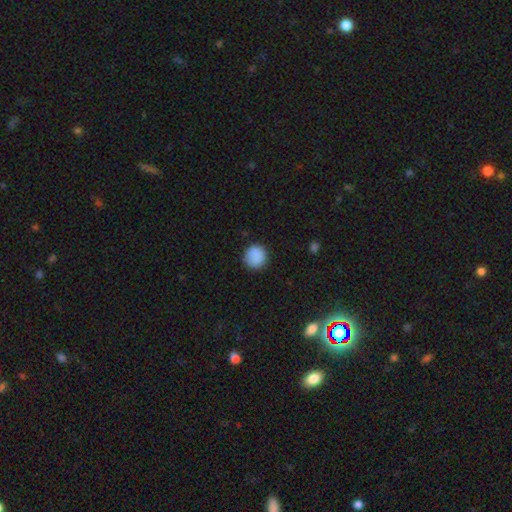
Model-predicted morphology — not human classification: Q: Smooth or featured?
A: smooth (89%); runner-up: star or artifact (8%)
Q: How rounded?
A: round (93%); runner-up: in between (6%)
Q: Merging?
A: none (89%); runner-up: minor disturbance (8%)